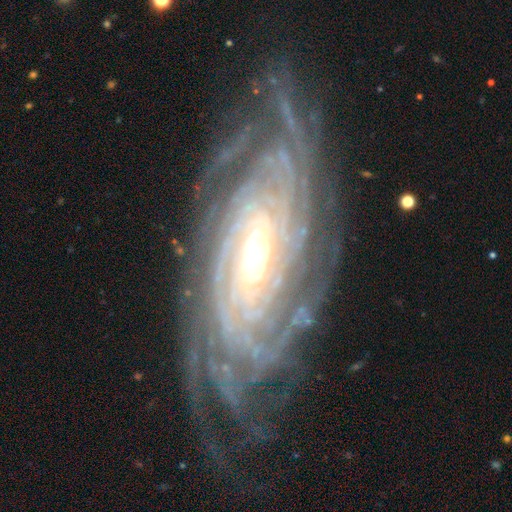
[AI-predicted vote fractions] The model was most divided on "spiral arm count": can't tell: 29%, more than 4: 23%, 4: 17%, 3: 12%, 2: 12%, 1: 7%. Remaining: spiral arms — yes (98%); smooth or featured — featured or disk (91%); edge-on disk — no (90%); spiral winding — tight (81%); merging — none (72%); bulge size — moderate (62%); bar — no (44%).